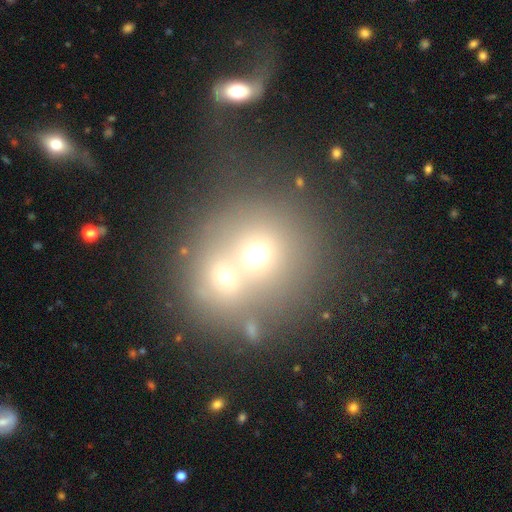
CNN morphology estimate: The model was most divided on "merging": merger: 58%, none: 32%, minor disturbance: 6%, major disturbance: 4%. More confident: how rounded — round (86%); smooth or featured — smooth (58%).